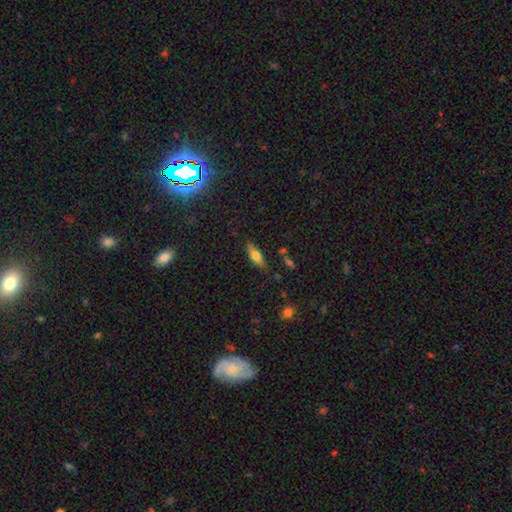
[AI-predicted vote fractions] Overall: smooth (64%; featured or disk 28%). How rounded: in between (60%; cigar-shaped 37%). Merging: none (81%).